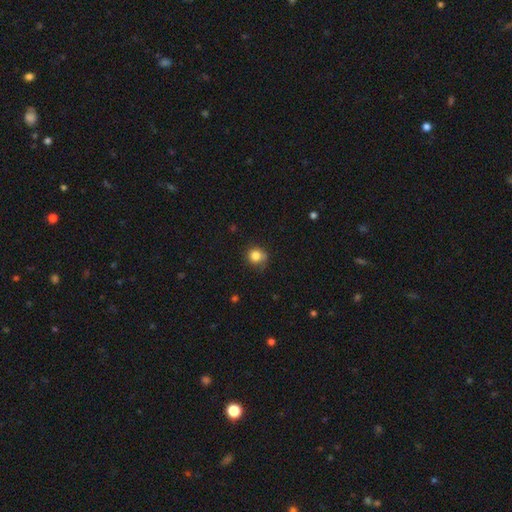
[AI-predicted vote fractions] smooth-or-featured: smooth: 83% | star or artifact: 11% | featured or disk: 6%
  how-rounded: round: 86% | in between: 13% | cigar-shaped: 1%
  merging: none: 67% | minor disturbance: 25% | major disturbance: 6% | merger: 2%